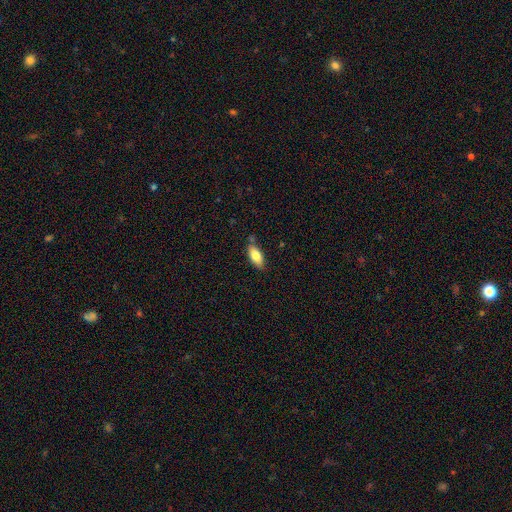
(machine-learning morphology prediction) Smooth or featured? Predicted: smooth (p=0.80). How rounded? Predicted: in between (p=0.85). Merging? Predicted: none (p=0.76).